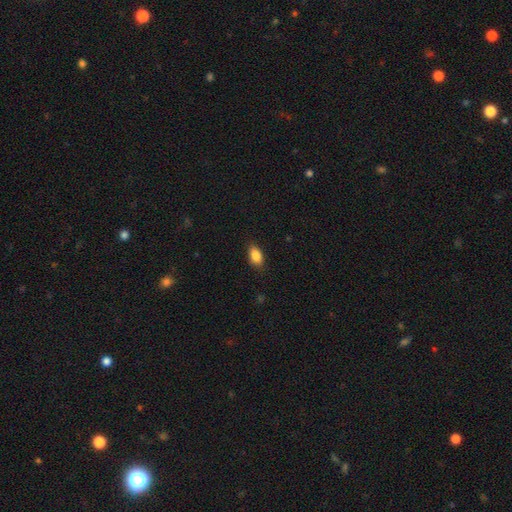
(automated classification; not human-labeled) Overall: smooth (86%). How rounded: in between (89%). Merging: none (85%).